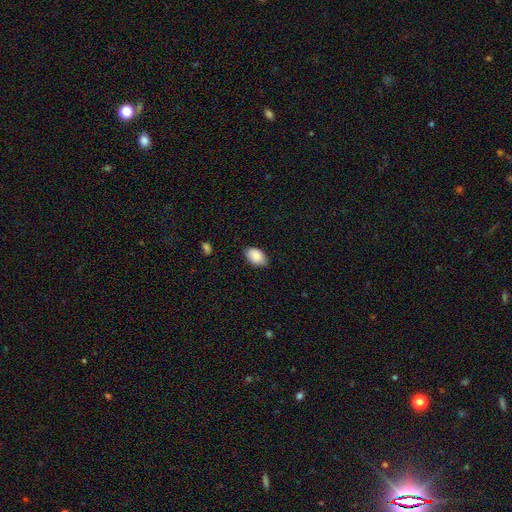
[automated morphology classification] smooth-or-featured: smooth: 89% | star or artifact: 7% | featured or disk: 5%
  how-rounded: in between: 90% | round: 9% | cigar-shaped: 1%
  merging: none: 79% | minor disturbance: 17% | major disturbance: 3% | merger: 1%